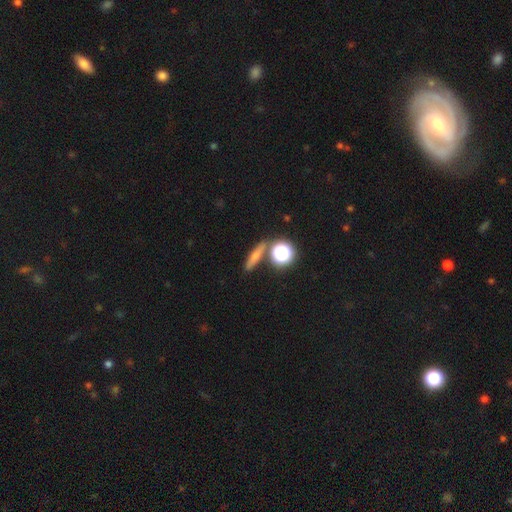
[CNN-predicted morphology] A smooth galaxy with no disk features (60%) that is cigar-shaped (57%).

Vote fractions:
- Smooth or featured? smooth: 60% / featured or disk: 21% / star or artifact: 19%
- How rounded? cigar-shaped: 57% / round: 25% / in between: 18%
- Merging? none: 77% / merger: 10% / minor disturbance: 10% / major disturbance: 4%